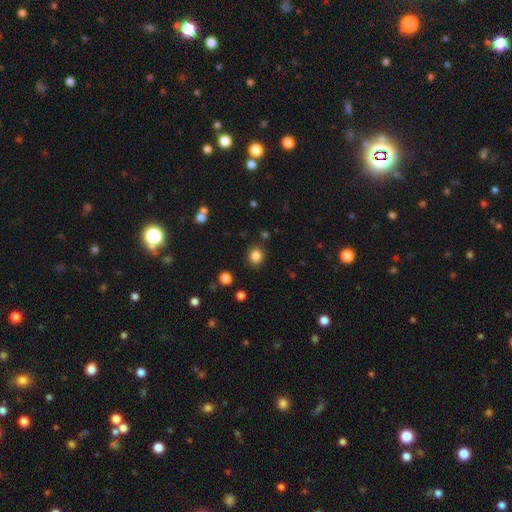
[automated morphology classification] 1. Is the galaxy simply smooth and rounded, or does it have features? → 85% smooth, 12% star or artifact, 4% featured or disk.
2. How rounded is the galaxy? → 82% round, 17% in between, 1% cigar-shaped.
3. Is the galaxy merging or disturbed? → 87% none, 8% minor disturbance, 3% major disturbance, 2% merger.